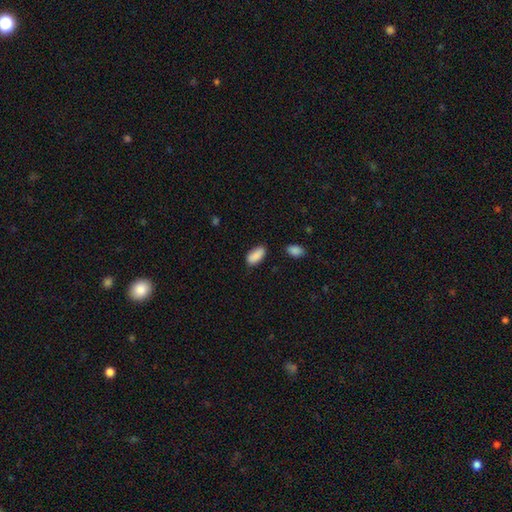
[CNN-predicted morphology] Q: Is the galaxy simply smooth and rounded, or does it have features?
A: smooth — 89%.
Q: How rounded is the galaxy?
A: in between — 90%.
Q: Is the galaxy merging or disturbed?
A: none — 76%.